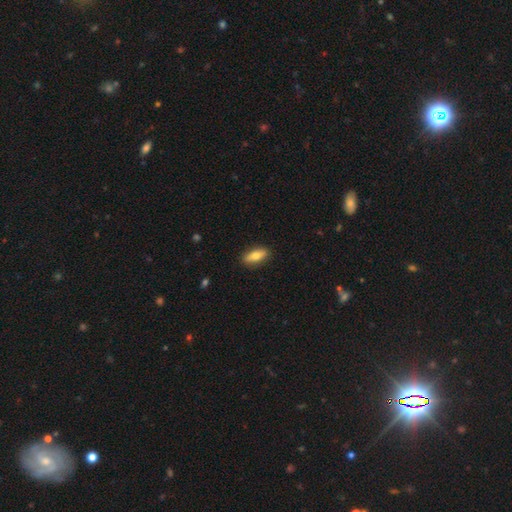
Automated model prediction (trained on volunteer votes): Q: Smooth or featured?
A: smooth (75%); runner-up: featured or disk (19%)
Q: How rounded?
A: in between (77%); runner-up: cigar-shaped (19%)
Q: Merging?
A: none (88%); runner-up: minor disturbance (9%)